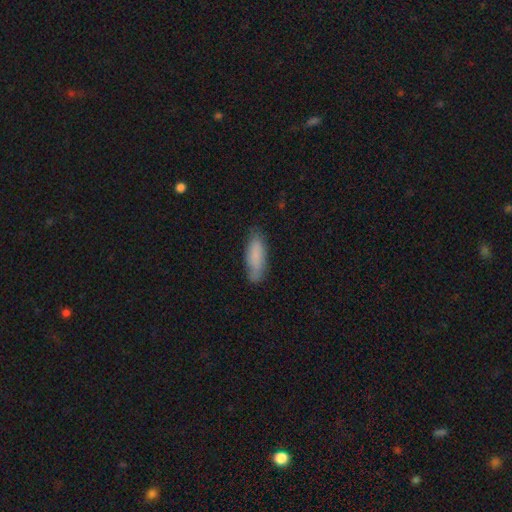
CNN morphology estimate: type=smooth (84%); roundness=in between (54%); merging=none (76%).